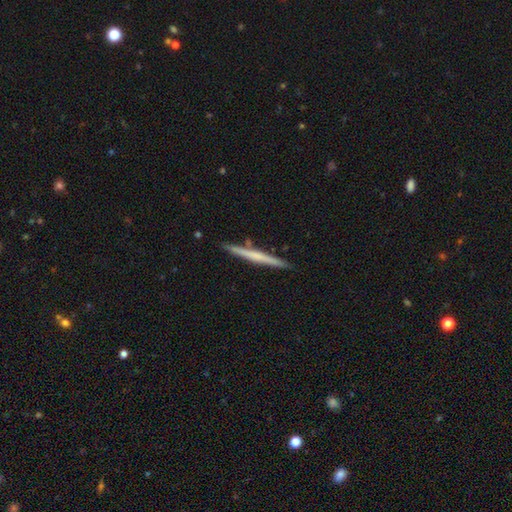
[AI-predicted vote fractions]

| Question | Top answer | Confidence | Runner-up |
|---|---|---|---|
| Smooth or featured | featured or disk | 52% | smooth (42%) |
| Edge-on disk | yes | 98% | no (2%) |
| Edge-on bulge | none | 72% | rounded (21%) |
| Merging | none | 90% | minor disturbance (7%) |